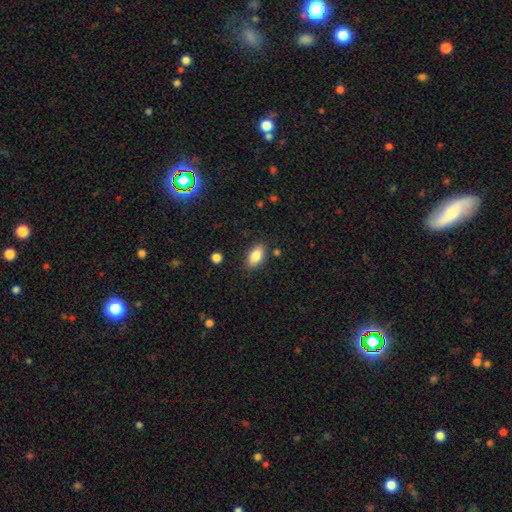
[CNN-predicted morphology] Overall: smooth (84%). How rounded: in between (91%). Merging: none (85%).